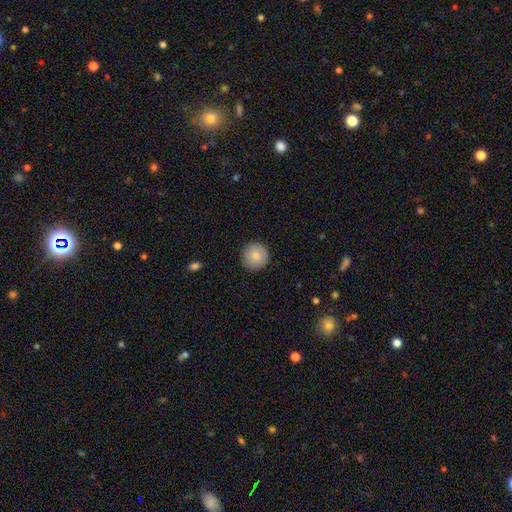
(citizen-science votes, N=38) Smooth or featured?
  - smooth: 79% *
  - featured or disk: 11%
  - star or artifact: 11%
How rounded?
  - round: 100% *
  - in between: 0%
  - cigar-shaped: 0%
Merging?
  - none: 88% *
  - minor disturbance: 9%
  - major disturbance: 3%
  - merger: 0%